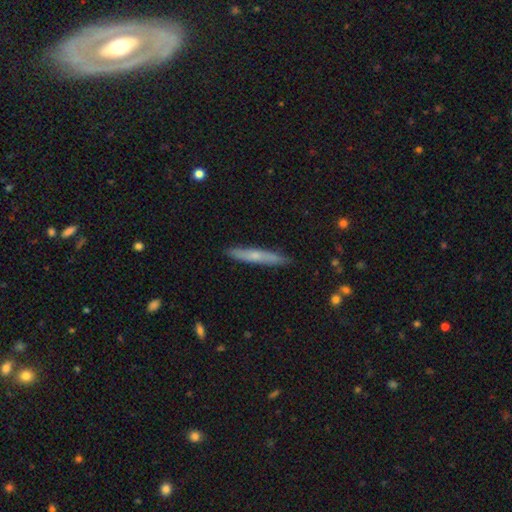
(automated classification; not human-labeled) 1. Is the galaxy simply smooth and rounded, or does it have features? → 53% smooth, 41% featured or disk, 6% star or artifact.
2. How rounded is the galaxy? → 94% cigar-shaped, 4% in between, 1% round.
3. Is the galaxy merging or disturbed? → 88% none, 9% minor disturbance, 1% major disturbance, 1% merger.